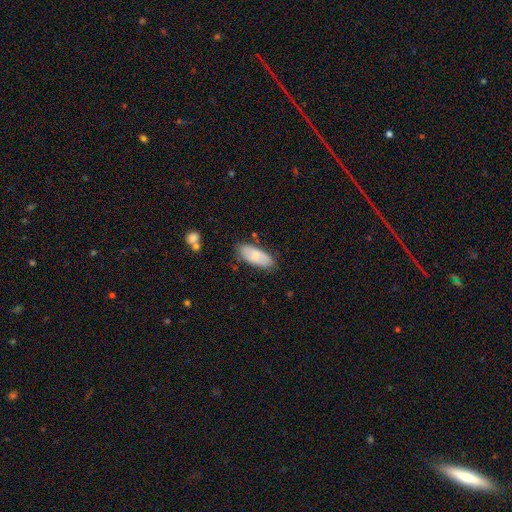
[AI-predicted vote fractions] Morphology: type=smooth (72%); roundness=in between (85%); merging=none (76%).